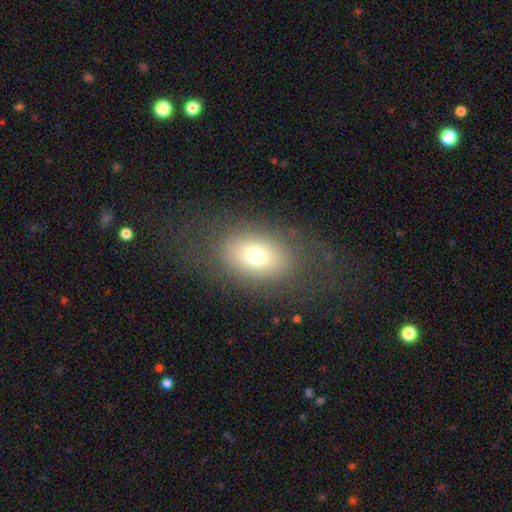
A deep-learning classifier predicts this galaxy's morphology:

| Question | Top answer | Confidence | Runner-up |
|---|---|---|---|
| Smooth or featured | smooth | 71% | featured or disk (17%) |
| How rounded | in between | 76% | round (23%) |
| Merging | none | 74% | minor disturbance (13%) |